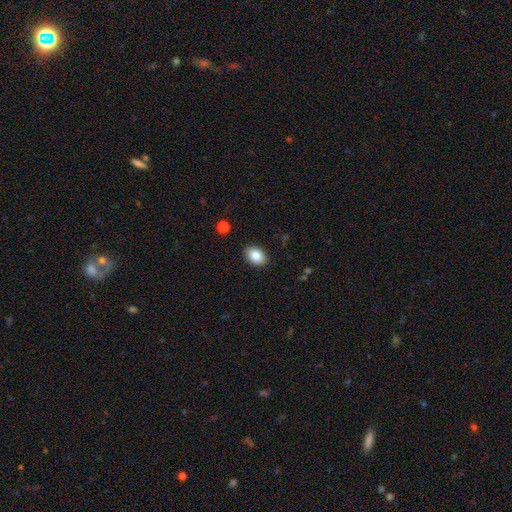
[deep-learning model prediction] A smooth galaxy with no disk features (82%) that is in between round and cigar-shaped (82%).

Vote fractions:
- Smooth or featured? smooth: 82% / featured or disk: 10% / star or artifact: 8%
- How rounded? in between: 82% / round: 17% / cigar-shaped: 1%
- Merging? none: 89% / minor disturbance: 8% / major disturbance: 2% / merger: 1%